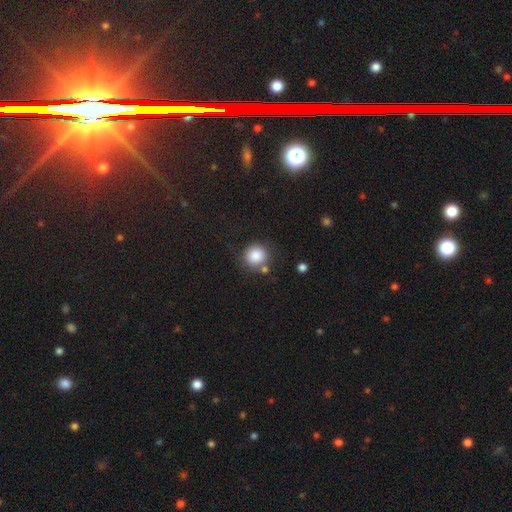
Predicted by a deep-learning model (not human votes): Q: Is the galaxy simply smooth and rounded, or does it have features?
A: smooth — 85%.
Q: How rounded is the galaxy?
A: round — 91%.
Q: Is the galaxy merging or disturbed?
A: none — 73%.